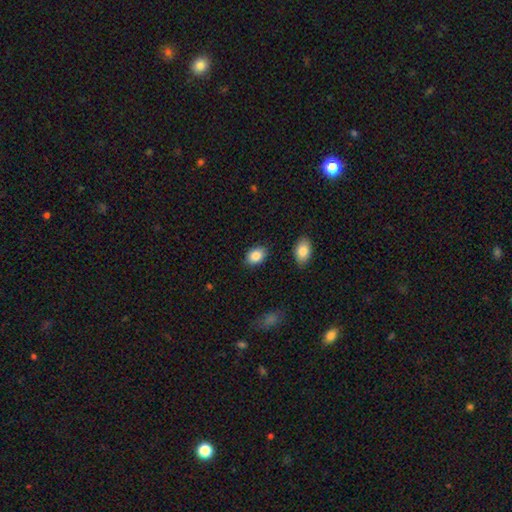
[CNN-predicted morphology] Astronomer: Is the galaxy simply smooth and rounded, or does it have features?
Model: smooth — 87%.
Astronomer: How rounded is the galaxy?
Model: in between — 78%.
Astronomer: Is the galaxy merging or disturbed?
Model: none — 85%.